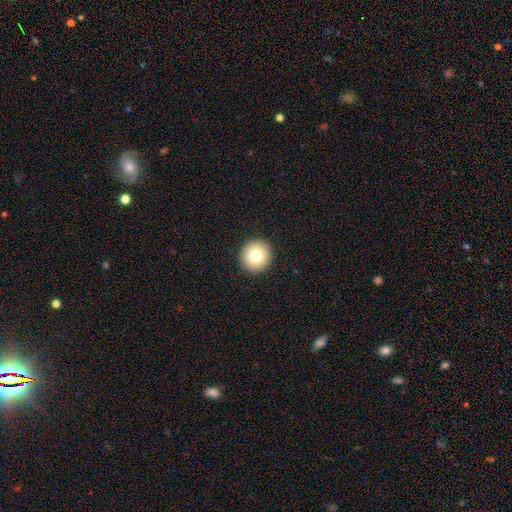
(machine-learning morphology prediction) Smooth or featured? smooth (78%)
How rounded? round (94%)
Merging? none (93%)